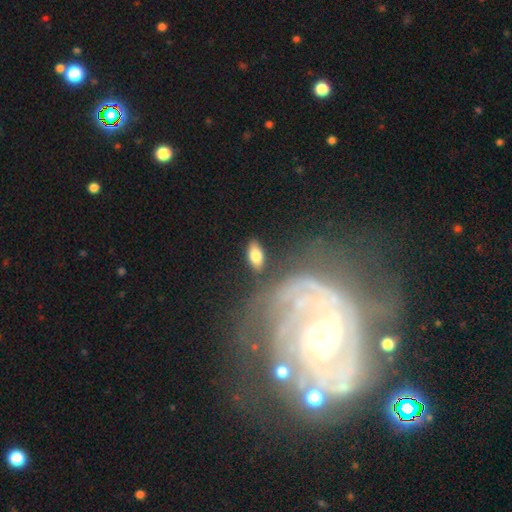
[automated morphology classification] This appears to be a smooth galaxy with no disk features (76%) that is in between round and cigar-shaped (88%). Merging: none (80%).